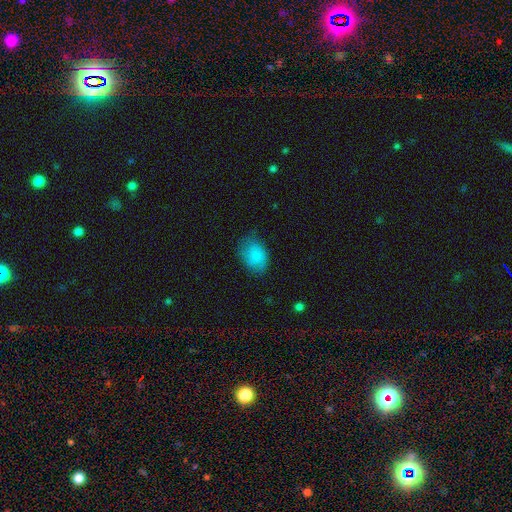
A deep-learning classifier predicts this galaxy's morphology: smooth_or_featured: smooth (p=0.82) [alt: featured or disk p=0.11]
how_rounded: in between (p=0.79) [alt: round p=0.20]
merging: none (p=0.66) [alt: minor disturbance p=0.26]